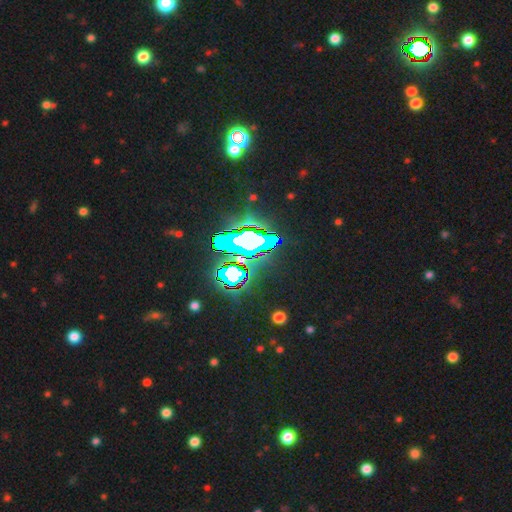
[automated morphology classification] The model was most divided on "smooth or featured": star or artifact: 81%, featured or disk: 10%, smooth: 9%.